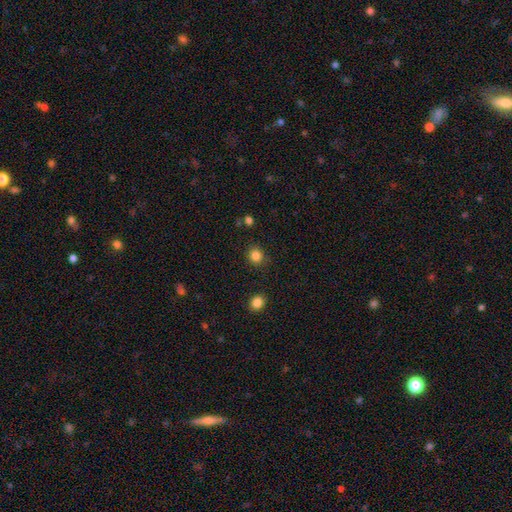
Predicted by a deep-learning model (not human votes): A smooth galaxy with no disk features (84%) that is round (85%). Merging: none (88%).